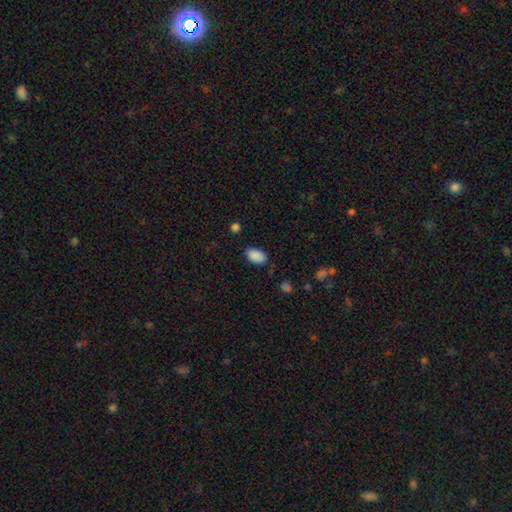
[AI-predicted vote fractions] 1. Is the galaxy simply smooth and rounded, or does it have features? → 89% smooth, 8% star or artifact, 3% featured or disk.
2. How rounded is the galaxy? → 92% in between, 6% round, 1% cigar-shaped.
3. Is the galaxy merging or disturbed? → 80% none, 15% minor disturbance, 3% major disturbance, 2% merger.